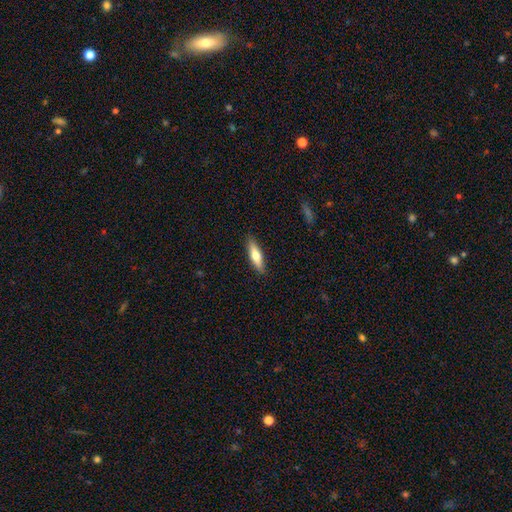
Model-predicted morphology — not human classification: Q: Smooth or featured?
A: smooth (61%); runner-up: featured or disk (33%)
Q: How rounded?
A: cigar-shaped (65%); runner-up: in between (34%)
Q: Merging?
A: none (89%); runner-up: minor disturbance (8%)